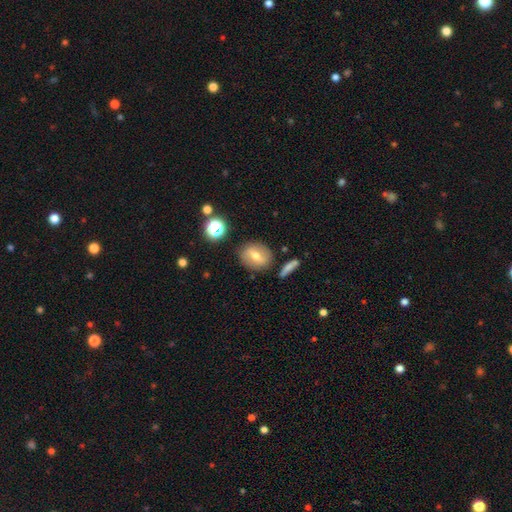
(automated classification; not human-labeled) smooth 51%, featured or disk 39%, star or artifact 10%. Down the decision tree: how rounded — round (57%); merging — none (81%).